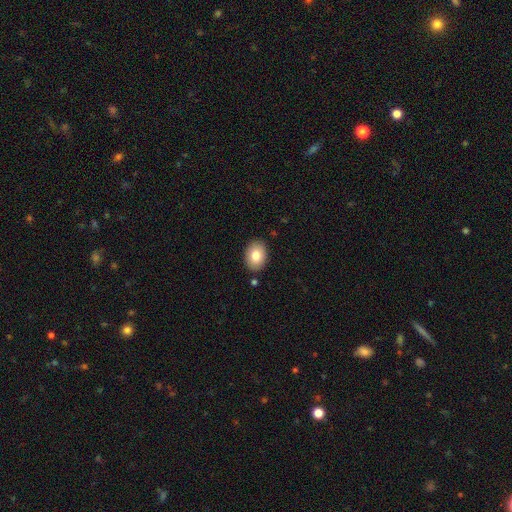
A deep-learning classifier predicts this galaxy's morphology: smooth-or-featured: smooth: 81% | featured or disk: 11% | star or artifact: 7%
  how-rounded: in between: 75% | round: 25% | cigar-shaped: 1%
  merging: none: 88% | minor disturbance: 9% | major disturbance: 2% | merger: 2%